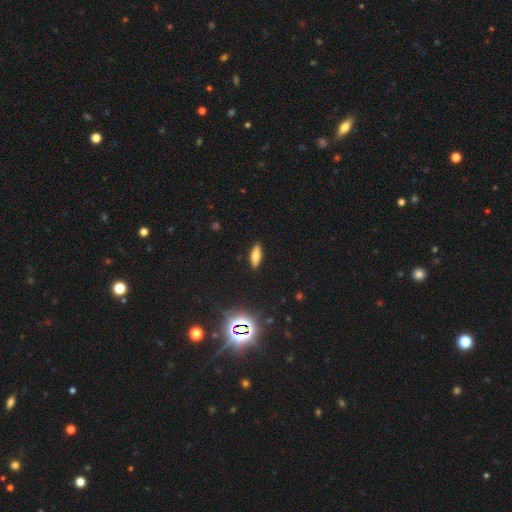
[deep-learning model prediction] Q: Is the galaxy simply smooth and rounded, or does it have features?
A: smooth — 65%.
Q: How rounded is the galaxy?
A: in between — 54%.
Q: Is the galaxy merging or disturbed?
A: none — 89%.